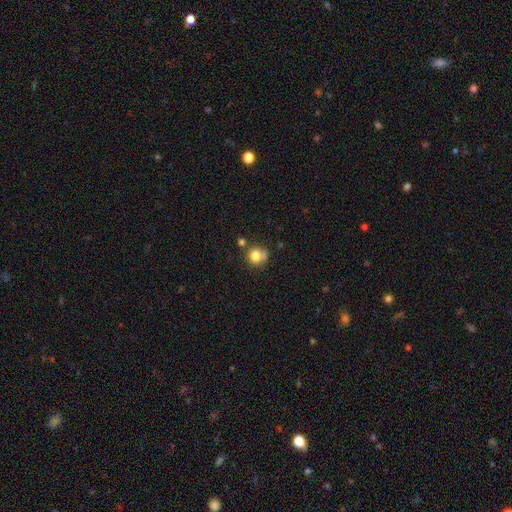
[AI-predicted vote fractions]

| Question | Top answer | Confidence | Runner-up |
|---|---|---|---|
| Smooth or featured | smooth | 77% | star or artifact (12%) |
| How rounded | round | 79% | in between (20%) |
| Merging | none | 53% | merger (26%) |